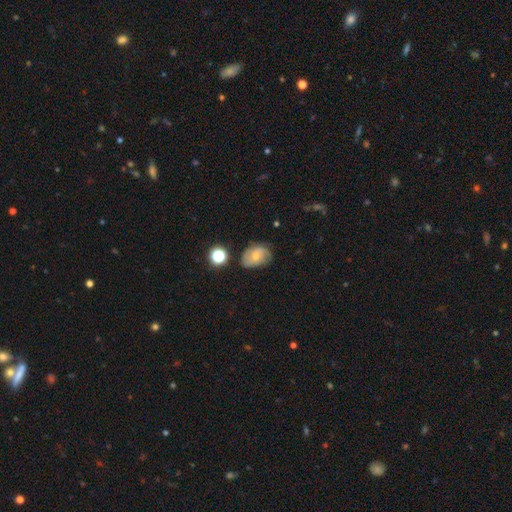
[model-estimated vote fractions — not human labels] featured or disk 53%, smooth 37%, star or artifact 10%. Down the decision tree: edge-on disk — no (97%); bar — no (62%); spiral arms — yes (86%); bulge size — small (56%); merging — none (66%).